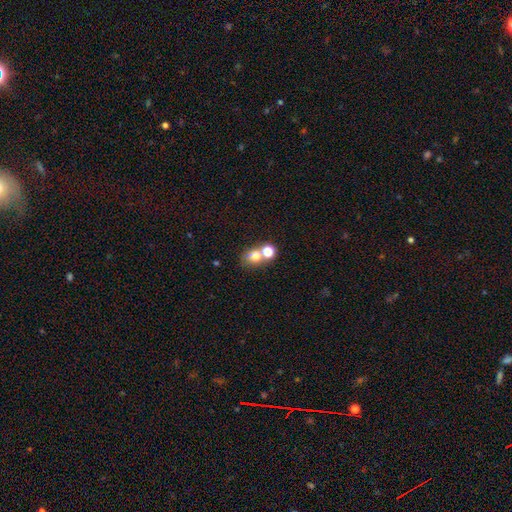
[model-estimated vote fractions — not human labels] Smooth or featured? smooth (71%)
How rounded? round (62%)
Merging? merger (50%)